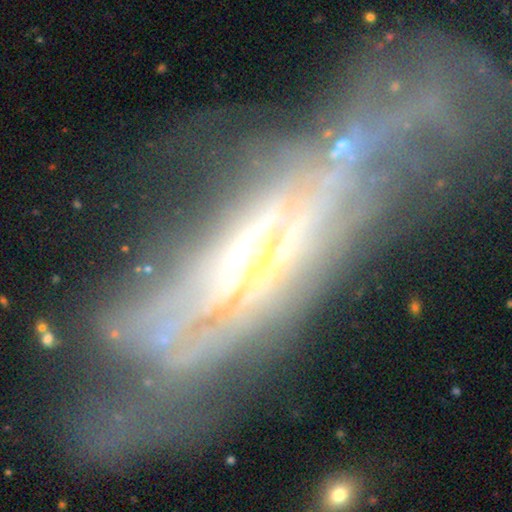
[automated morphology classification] type=featured or disk (74%); edge-on=no (68%); bar=no (66%); spiral arms=yes (59%); bulge=small (53%); merging=major disturbance (41%).